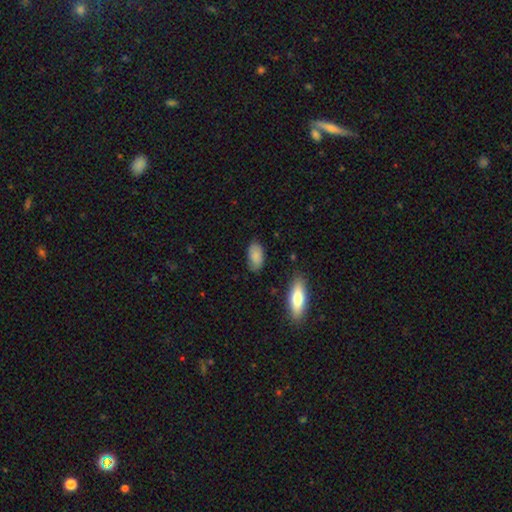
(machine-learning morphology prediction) Smooth or featured: smooth — 85% (featured or disk — 8%)
How rounded: in between — 93% (cigar-shaped — 4%)
Merging: none — 77% (minor disturbance — 17%)